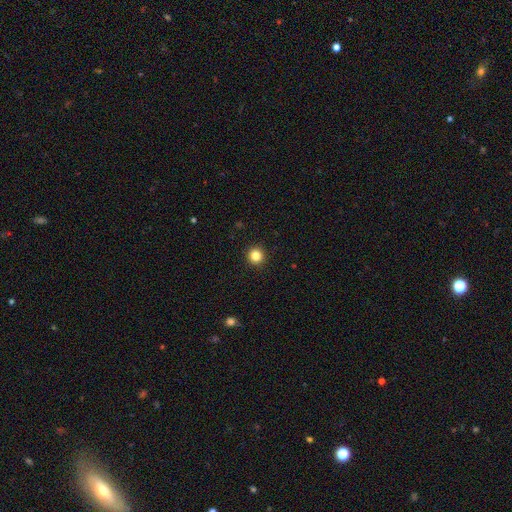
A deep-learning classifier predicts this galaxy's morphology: The model was most divided on "smooth or featured": smooth: 84%, star or artifact: 11%, featured or disk: 5%. More confident: how rounded — round (95%); merging — none (93%).